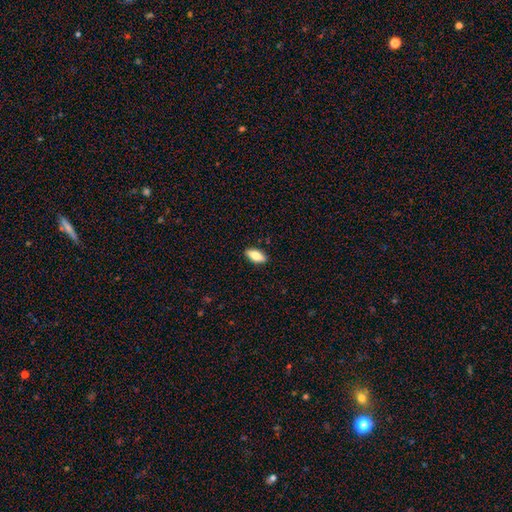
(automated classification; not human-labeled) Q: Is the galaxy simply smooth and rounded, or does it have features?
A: smooth — 76%.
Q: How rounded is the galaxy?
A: in between — 83%.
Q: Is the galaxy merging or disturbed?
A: none — 89%.